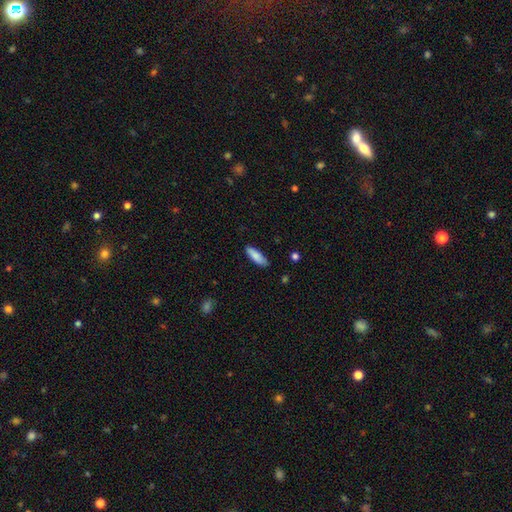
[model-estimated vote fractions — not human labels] Q: Smooth or featured?
A: smooth (83%); runner-up: featured or disk (11%)
Q: How rounded?
A: in between (56%); runner-up: cigar-shaped (43%)
Q: Merging?
A: none (84%); runner-up: minor disturbance (13%)